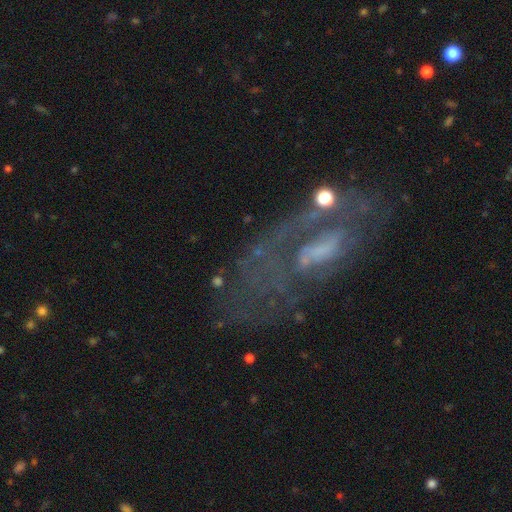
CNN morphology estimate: The model was most divided on "bulge size": none: 34%, small: 29%, moderate: 28%, large: 6%, dominant: 2%. Remaining: edge-on disk — no (92%); smooth or featured — featured or disk (73%); spiral arms — yes (67%); bar — no (49%); merging — none (43%).